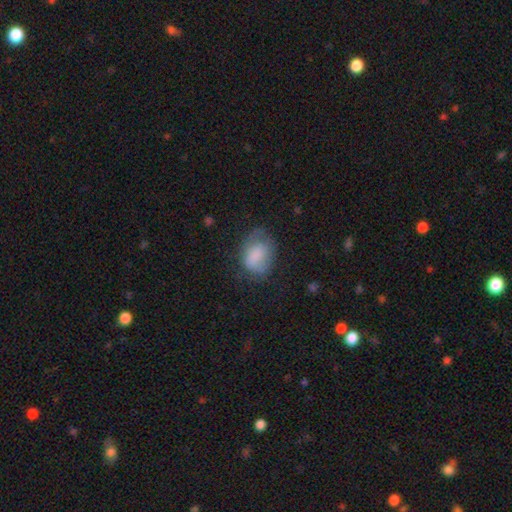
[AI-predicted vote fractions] Morphology: type=smooth (75%); roundness=in between (72%); merging=none (47%).